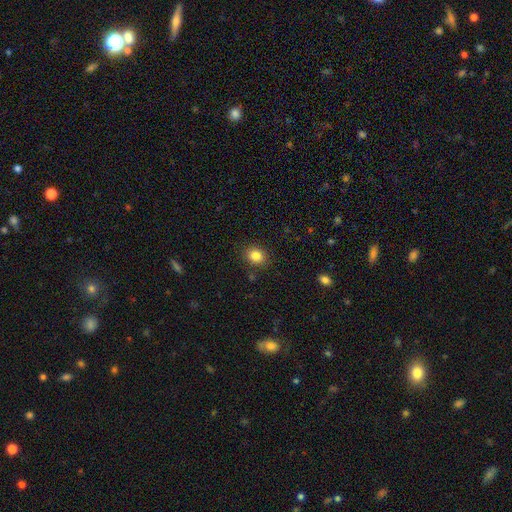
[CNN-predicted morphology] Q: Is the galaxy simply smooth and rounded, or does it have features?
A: smooth — 84%.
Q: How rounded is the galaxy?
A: round — 59%.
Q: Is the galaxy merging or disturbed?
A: none — 88%.